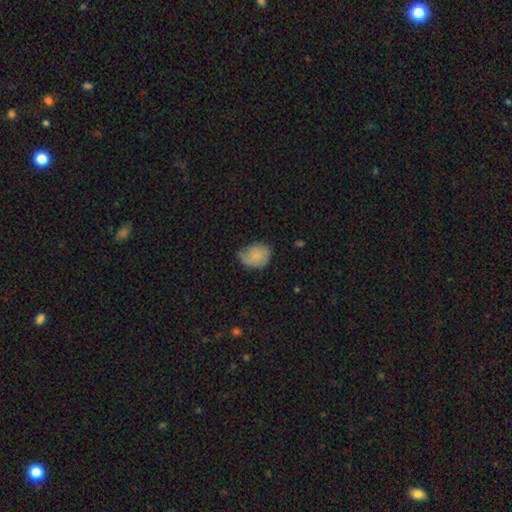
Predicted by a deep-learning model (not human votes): Smooth or featured: smooth — 77% (featured or disk — 16%)
How rounded: round — 50% (in between — 49%)
Merging: none — 52% (minor disturbance — 37%)